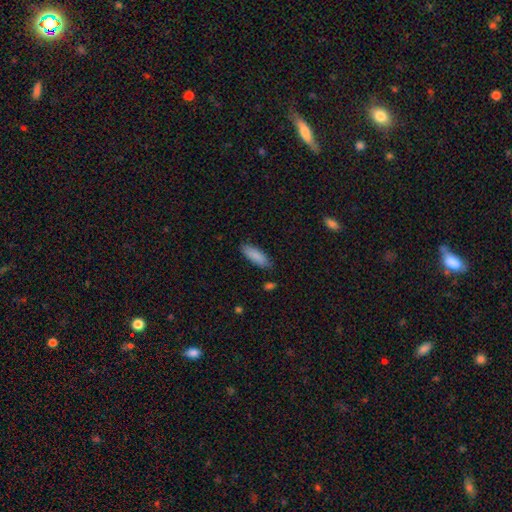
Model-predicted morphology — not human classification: This appears to be a smooth galaxy with no disk features (87%) that is in between round and cigar-shaped (59%). Merging: none (81%).